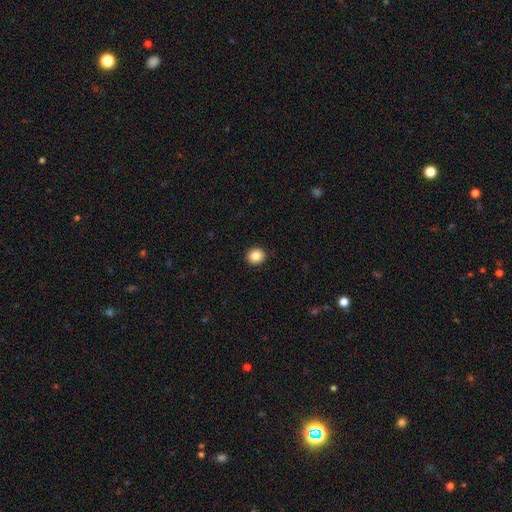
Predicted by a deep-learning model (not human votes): Smooth or featured? smooth (86%)
How rounded? round (87%)
Merging? none (93%)